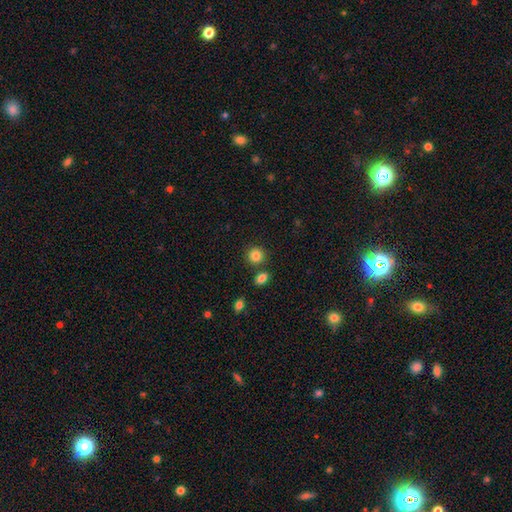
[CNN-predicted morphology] A smooth galaxy with no disk features (85%) that is round (88%).

Vote fractions:
- Smooth or featured? smooth: 85% / star or artifact: 10% / featured or disk: 5%
- How rounded? round: 88% / in between: 11% / cigar-shaped: 1%
- Merging? none: 81% / merger: 9% / minor disturbance: 8% / major disturbance: 3%